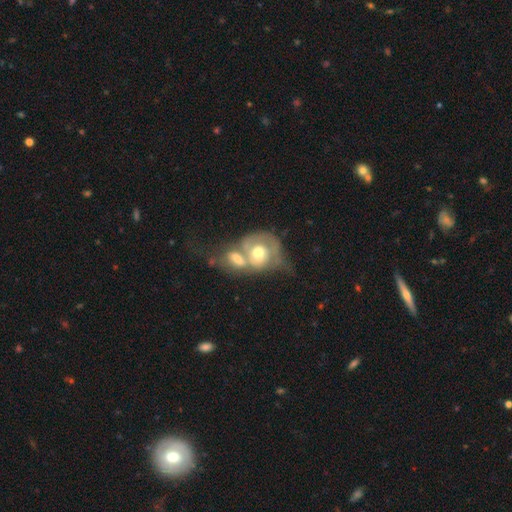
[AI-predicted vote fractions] Morphology: type=featured or disk (64%); edge-on=no (95%); bar=no (71%); spiral arms=yes (65%); bulge=moderate (67%); merging=merger (76%).